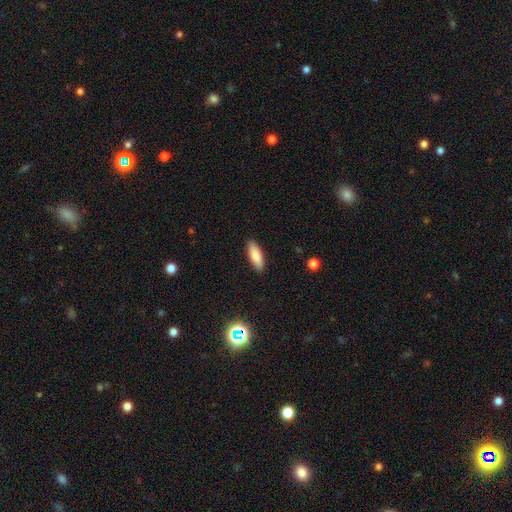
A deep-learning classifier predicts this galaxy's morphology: type=smooth (82%); roundness=in between (60%); merging=none (89%).